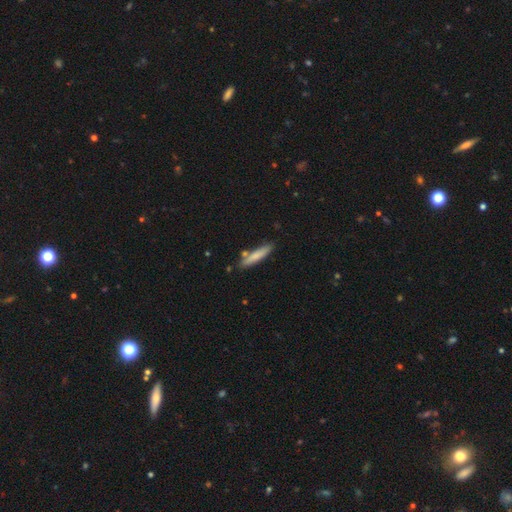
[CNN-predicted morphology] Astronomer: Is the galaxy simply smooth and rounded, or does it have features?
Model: smooth — 74%.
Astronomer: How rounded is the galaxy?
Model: cigar-shaped — 87%.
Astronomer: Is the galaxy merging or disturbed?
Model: none — 80%.